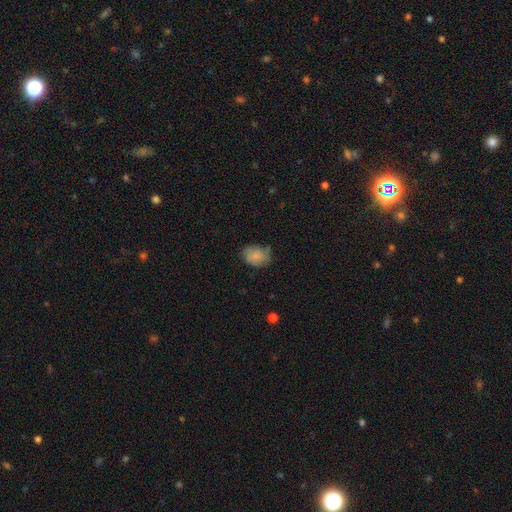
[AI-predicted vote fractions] Smooth or featured? Predicted: smooth (p=0.77). How rounded? Predicted: in between (p=0.64). Merging? Predicted: none (p=0.61).